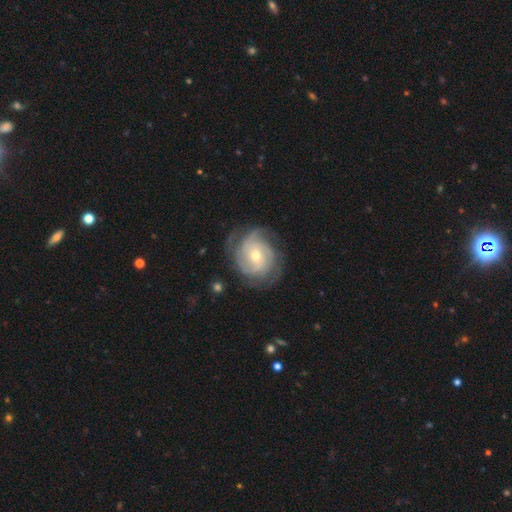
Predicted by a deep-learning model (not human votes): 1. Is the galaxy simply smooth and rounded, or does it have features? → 87% featured or disk, 8% smooth, 5% star or artifact.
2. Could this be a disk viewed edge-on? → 98% no, 2% yes.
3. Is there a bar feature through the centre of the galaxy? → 66% no, 28% weak, 6% strong.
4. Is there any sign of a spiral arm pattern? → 97% yes, 3% no.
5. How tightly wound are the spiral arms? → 61% tight, 32% medium, 8% loose.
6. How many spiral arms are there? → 35% 3, 20% can't tell, 17% 4, 15% 2, 6% more than 4, 6% 1.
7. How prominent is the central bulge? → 50% moderate, 46% small, 2% large, 1% none, 1% dominant.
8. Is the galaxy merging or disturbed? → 73% none, 18% minor disturbance, 8% major disturbance, 1% merger.